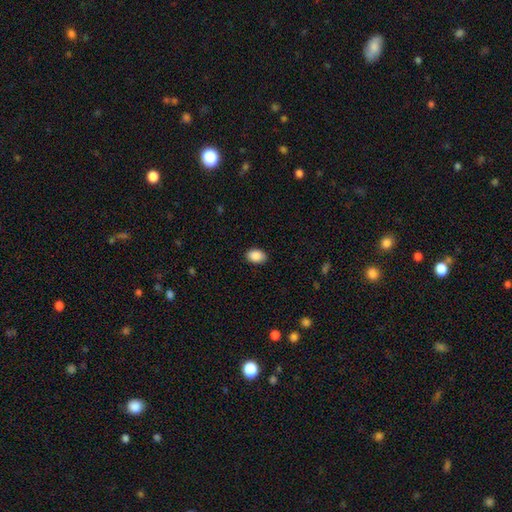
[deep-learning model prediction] This is clearly a smooth galaxy (90%). How rounded: clearly in between (81%). Merging: clearly none (88%).